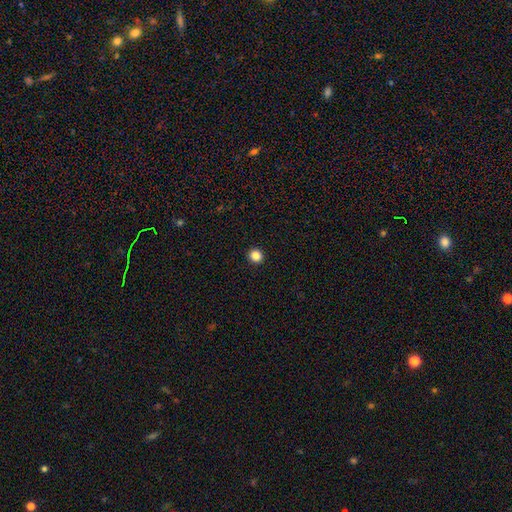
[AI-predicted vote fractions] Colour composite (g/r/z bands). It shows a smooth galaxy with no disk features (85%) that is round (90%). Merging: none (94%).